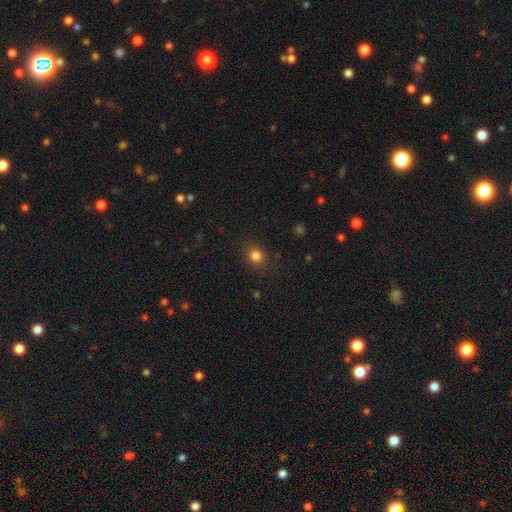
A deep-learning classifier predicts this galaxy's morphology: smooth 82%, star or artifact 13%, featured or disk 6%. Down the decision tree: how rounded — round (69%); merging — none (83%).